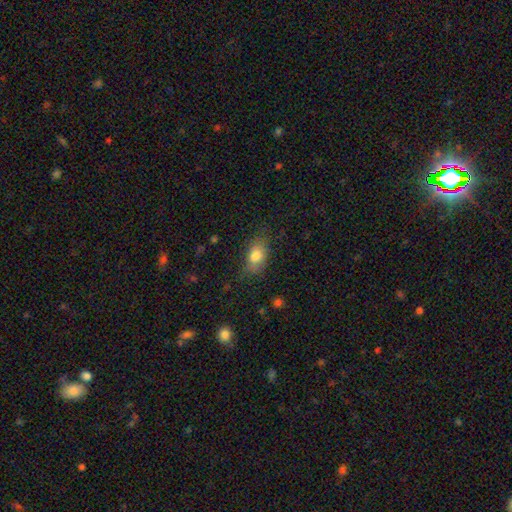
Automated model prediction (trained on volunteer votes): smooth-or-featured: smooth: 79% | featured or disk: 12% | star or artifact: 9%
  how-rounded: in between: 84% | round: 12% | cigar-shaped: 4%
  merging: none: 65% | minor disturbance: 24% | major disturbance: 9% | merger: 2%